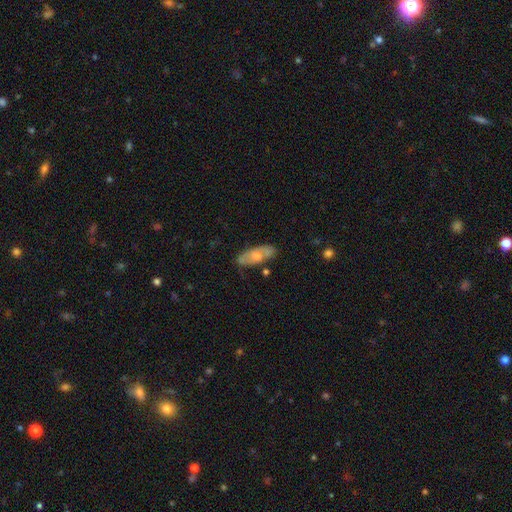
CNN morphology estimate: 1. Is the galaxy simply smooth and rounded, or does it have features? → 57% smooth, 37% featured or disk, 6% star or artifact.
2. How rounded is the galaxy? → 72% in between, 26% cigar-shaped, 3% round.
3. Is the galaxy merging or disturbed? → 65% none, 21% minor disturbance, 7% merger, 7% major disturbance.